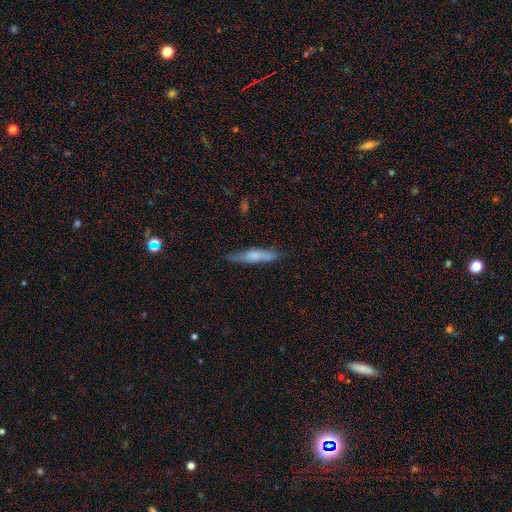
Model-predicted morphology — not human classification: This is possibly a smooth galaxy (58%). How rounded: clearly cigar-shaped (86%). Merging: likely none (73%).